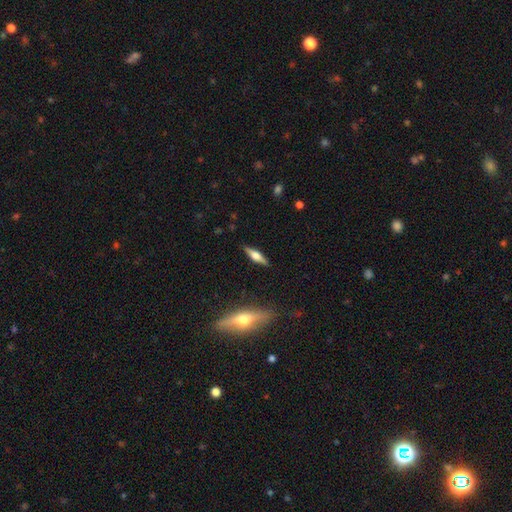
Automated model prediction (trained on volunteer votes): A featured or disk galaxy (62%) viewed edge-on (95%) with a rounded central bulge (91%). Merging: none (89%).